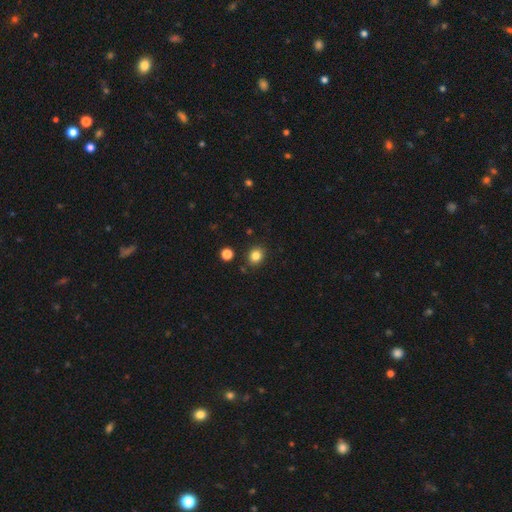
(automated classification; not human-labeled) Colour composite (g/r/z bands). It shows a smooth galaxy with no disk features (84%) that is round (71%). Merging: none (86%).